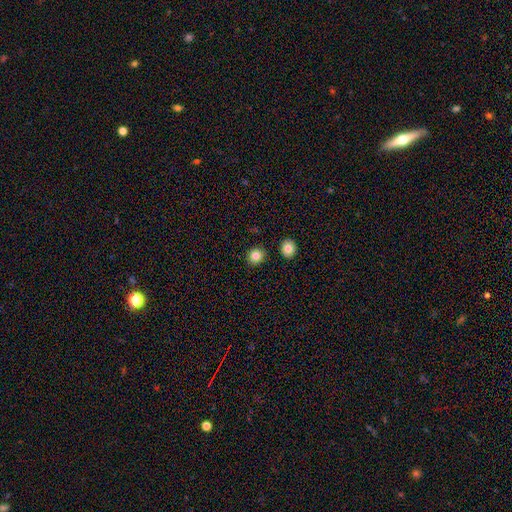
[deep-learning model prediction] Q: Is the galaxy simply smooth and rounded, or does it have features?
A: smooth — 84%.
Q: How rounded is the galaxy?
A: round — 85%.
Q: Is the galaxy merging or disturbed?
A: none — 88%.